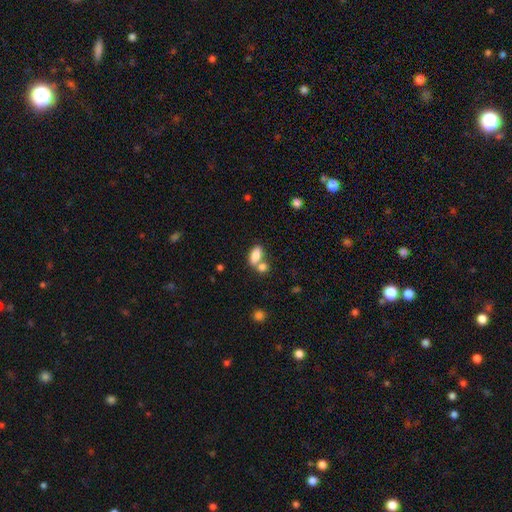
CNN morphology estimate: Smooth or featured: smooth — 84% (featured or disk — 8%)
How rounded: in between — 90% (round — 6%)
Merging: merger — 46% (none — 40%)